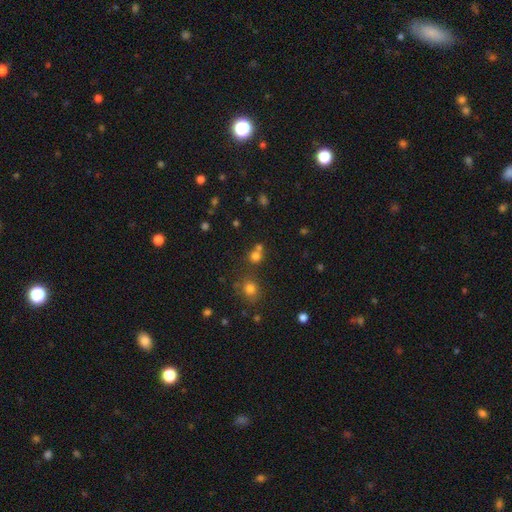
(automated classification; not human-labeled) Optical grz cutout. It shows a smooth galaxy with no disk features (71%) that is round (86%). Merging: none (58%).